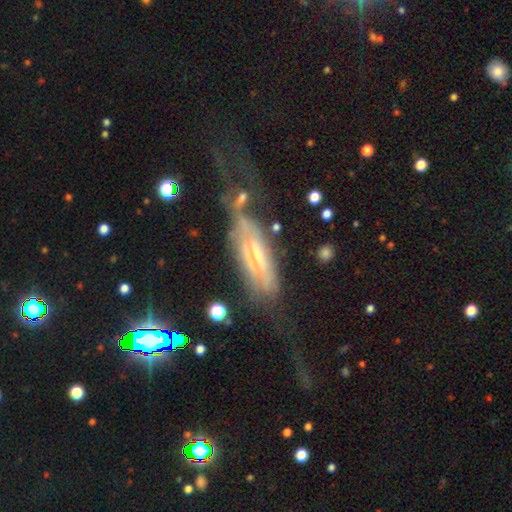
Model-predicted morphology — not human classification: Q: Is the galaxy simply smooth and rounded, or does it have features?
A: featured or disk — 67%.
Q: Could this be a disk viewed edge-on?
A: no — 51%.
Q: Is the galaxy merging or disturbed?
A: none — 36%.